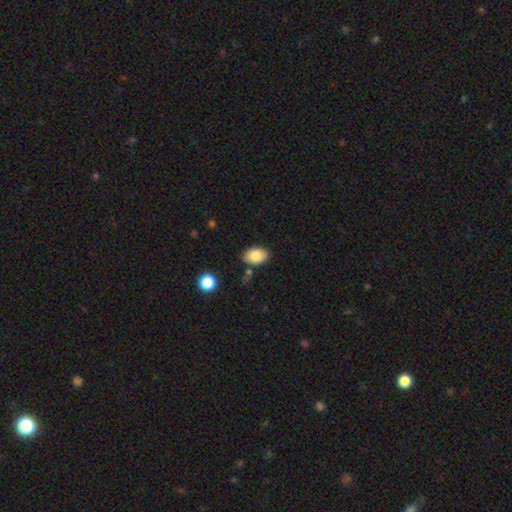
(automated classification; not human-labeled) smooth 83%, featured or disk 9%, star or artifact 8%. Down the decision tree: how rounded — in between (86%); merging — none (81%).